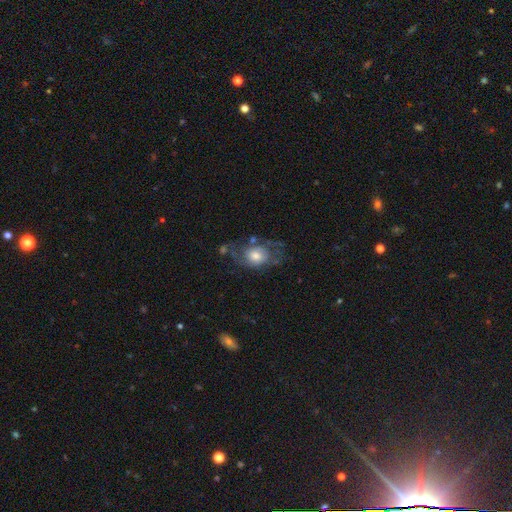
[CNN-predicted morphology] smooth_or_featured: featured or disk (p=0.51) [alt: smooth p=0.41]
disk_edge_on: no (p=0.95) [alt: yes p=0.05]
merging: none (p=0.44) [alt: major disturbance p=0.26]